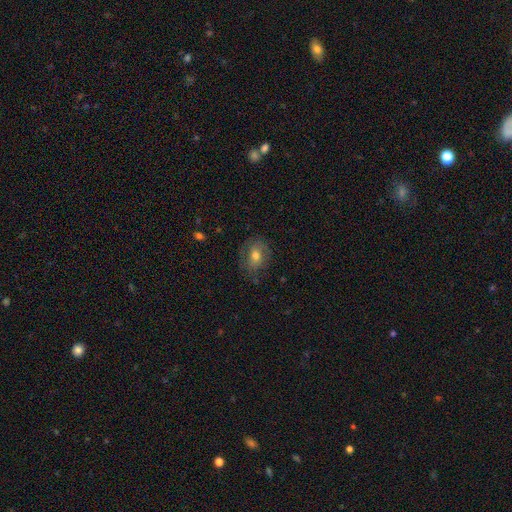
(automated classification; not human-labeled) smooth-or-featured: smooth: 60% | featured or disk: 31% | star or artifact: 10%
  how-rounded: round: 54% | in between: 45% | cigar-shaped: 1%
  merging: none: 68% | minor disturbance: 21% | major disturbance: 9% | merger: 1%